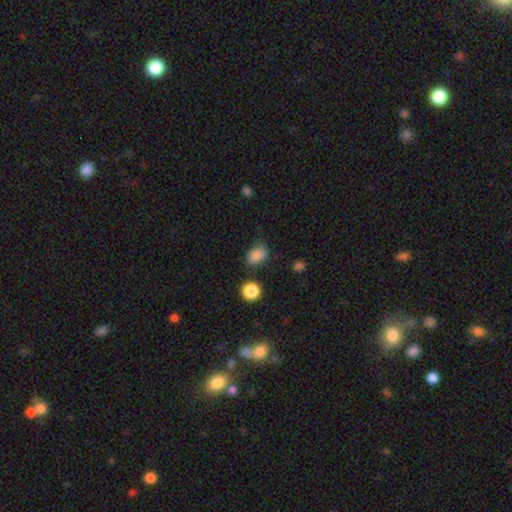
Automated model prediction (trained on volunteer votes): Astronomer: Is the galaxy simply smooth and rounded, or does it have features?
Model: smooth — 84%.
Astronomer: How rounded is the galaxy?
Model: in between — 75%.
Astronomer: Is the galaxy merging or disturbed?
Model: none — 65%.